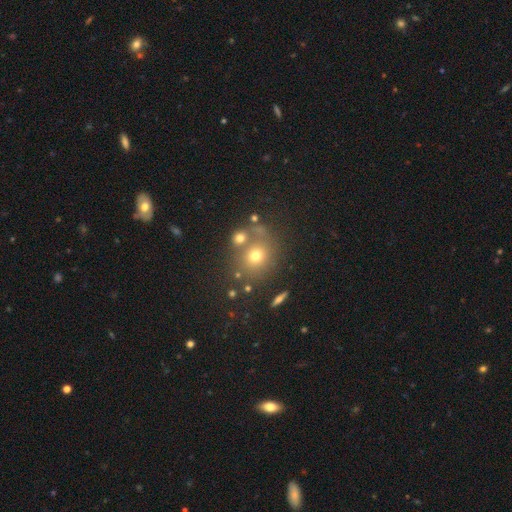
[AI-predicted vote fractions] A smooth galaxy with no disk features (66%) that is round (77%).

Vote fractions:
- Smooth or featured? smooth: 66% / star or artifact: 18% / featured or disk: 16%
- How rounded? round: 77% / in between: 21% / cigar-shaped: 1%
- Merging? none: 64% / merger: 19% / minor disturbance: 12% / major disturbance: 6%